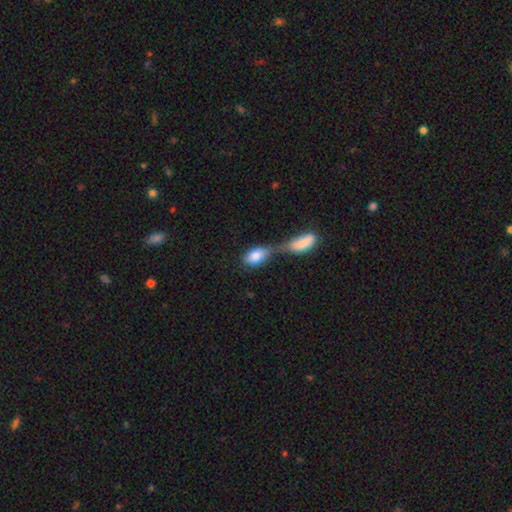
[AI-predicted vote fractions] Smooth or featured? Predicted: smooth (p=0.82). How rounded? Predicted: in between (p=0.87). Merging? Predicted: merger (p=0.70).